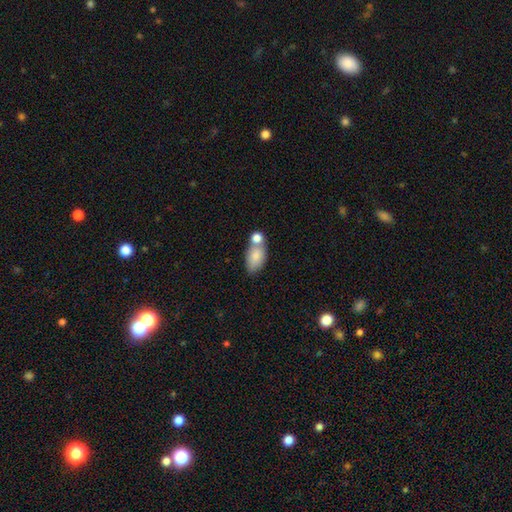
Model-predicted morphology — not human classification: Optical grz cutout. It shows a smooth galaxy with no disk features (81%) that is in between round and cigar-shaped (90%). Merging: merger (42%).